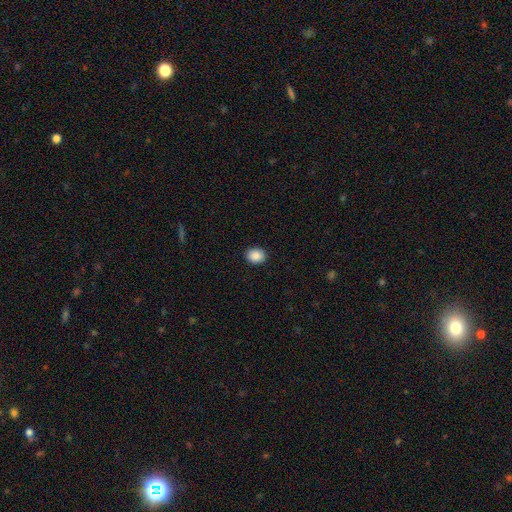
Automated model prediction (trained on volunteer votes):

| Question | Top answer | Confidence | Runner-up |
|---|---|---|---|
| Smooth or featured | smooth | 89% | star or artifact (8%) |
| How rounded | round | 52% | in between (47%) |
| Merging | none | 91% | minor disturbance (6%) |